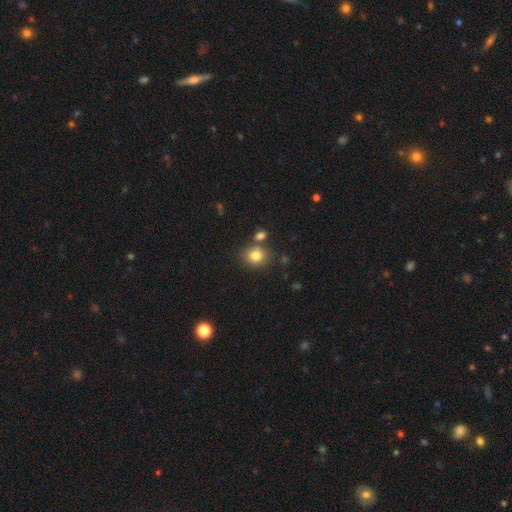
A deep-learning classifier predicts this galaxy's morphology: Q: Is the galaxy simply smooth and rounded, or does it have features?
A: smooth — 80%.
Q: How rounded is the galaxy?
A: round — 74%.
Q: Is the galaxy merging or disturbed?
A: none — 71%.